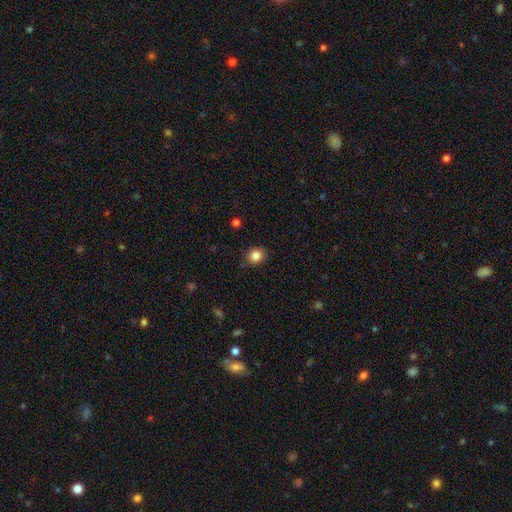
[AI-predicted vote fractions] A smooth galaxy with no disk features (85%) that is round (82%). Merging: none (88%).